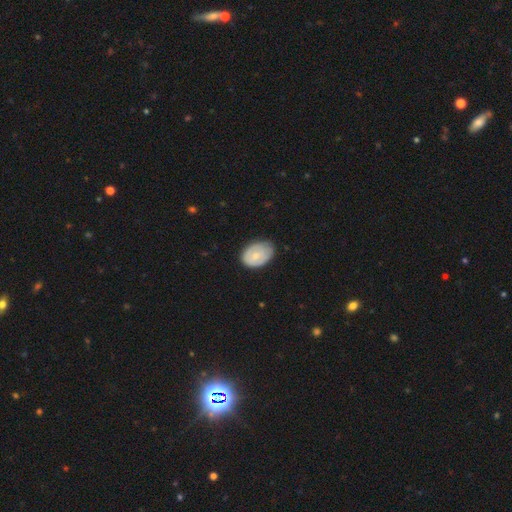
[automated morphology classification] smooth-or-featured: smooth: 69% | featured or disk: 25% | star or artifact: 6%
  how-rounded: in between: 82% | round: 17% | cigar-shaped: 1%
  merging: none: 61% | minor disturbance: 32% | major disturbance: 6% | merger: 1%